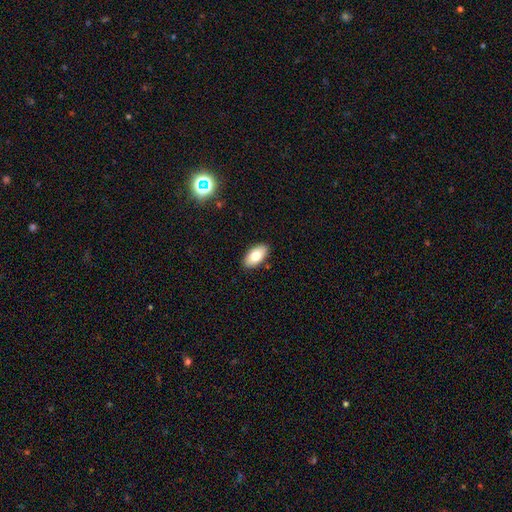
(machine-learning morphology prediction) This appears to be a smooth galaxy with no disk features (77%) that is in between round and cigar-shaped (94%). Merging: none (89%).